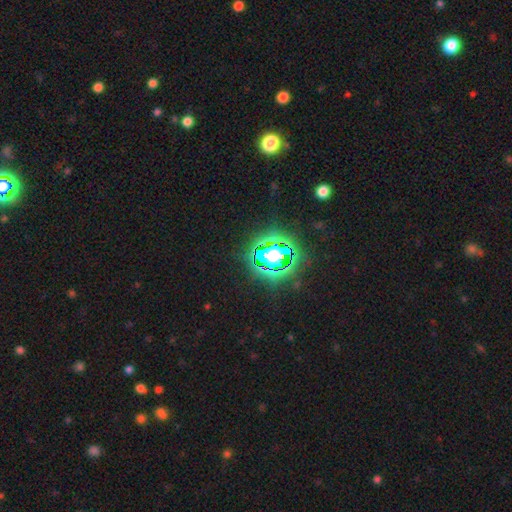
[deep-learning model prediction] Smooth or featured? Predicted: star or artifact (p=0.84).